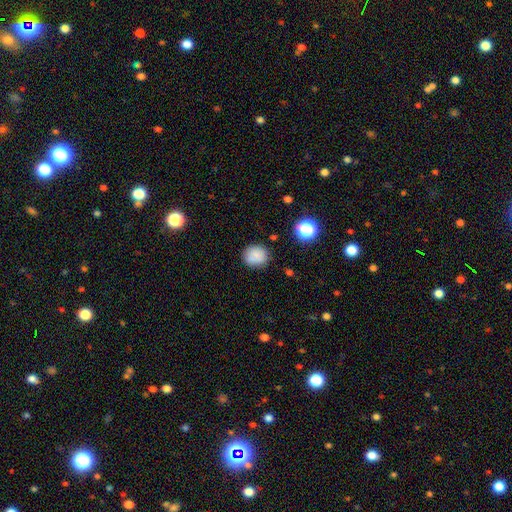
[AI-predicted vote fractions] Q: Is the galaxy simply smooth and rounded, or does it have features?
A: smooth — 83%.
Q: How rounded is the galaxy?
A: round — 76%.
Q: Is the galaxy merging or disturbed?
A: none — 80%.